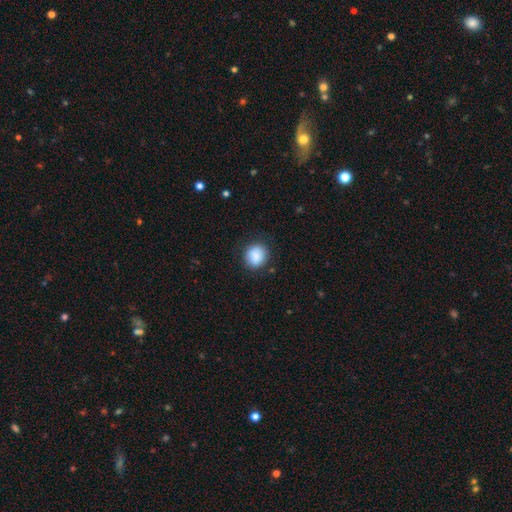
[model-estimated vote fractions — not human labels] Overall: smooth (87%). How rounded: round (81%). Merging: none (85%).